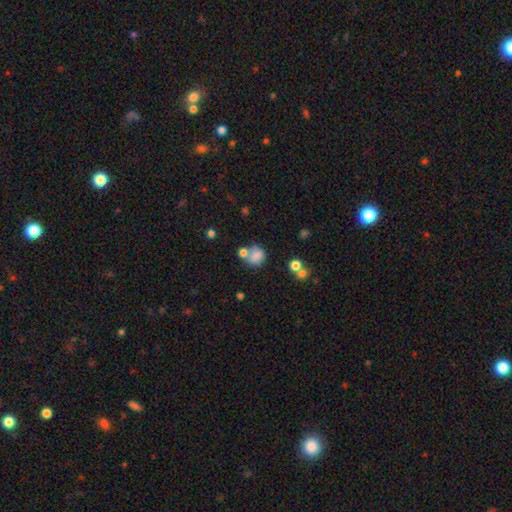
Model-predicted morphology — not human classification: Smooth or featured? smooth (72%)
How rounded? round (64%)
Merging? none (42%)